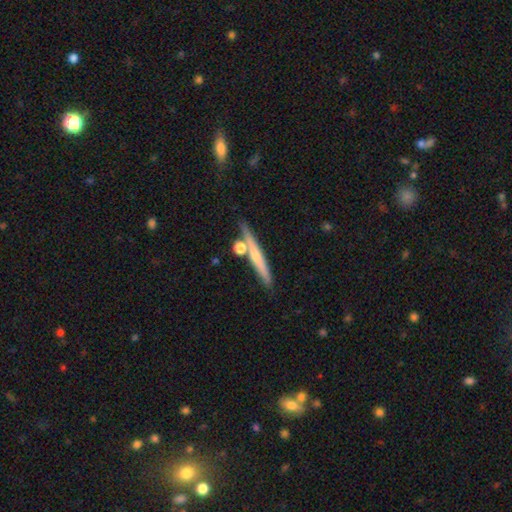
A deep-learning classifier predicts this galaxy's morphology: smooth_or_featured: featured or disk (p=0.60) [alt: smooth p=0.31]
disk_edge_on: yes (p=0.95) [alt: no p=0.05]
edge_on_bulge: rounded (p=0.71) [alt: none p=0.24]
merging: none (p=0.78) [alt: minor disturbance p=0.10]